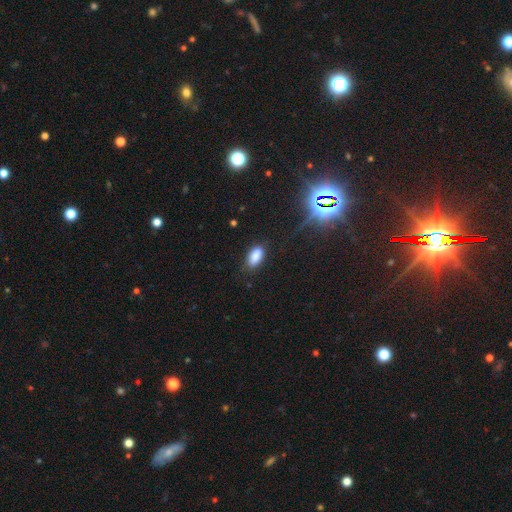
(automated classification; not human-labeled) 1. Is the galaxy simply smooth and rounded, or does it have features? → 84% smooth, 11% star or artifact, 5% featured or disk.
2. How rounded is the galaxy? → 89% in between, 8% cigar-shaped, 3% round.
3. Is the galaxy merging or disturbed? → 78% none, 17% minor disturbance, 4% major disturbance, 2% merger.